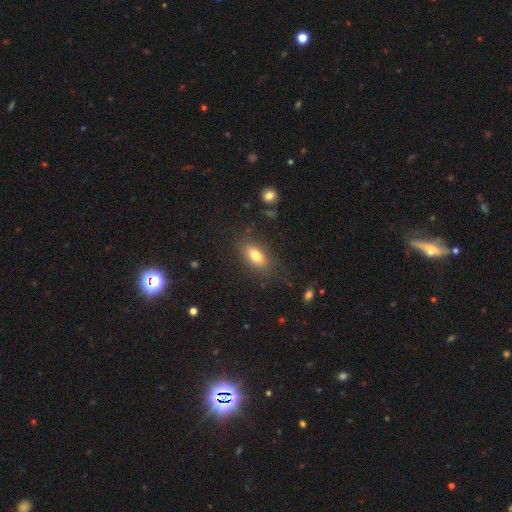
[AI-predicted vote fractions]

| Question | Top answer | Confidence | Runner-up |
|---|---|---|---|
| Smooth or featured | smooth | 76% | featured or disk (15%) |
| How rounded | in between | 83% | cigar-shaped (11%) |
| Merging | none | 78% | minor disturbance (14%) |